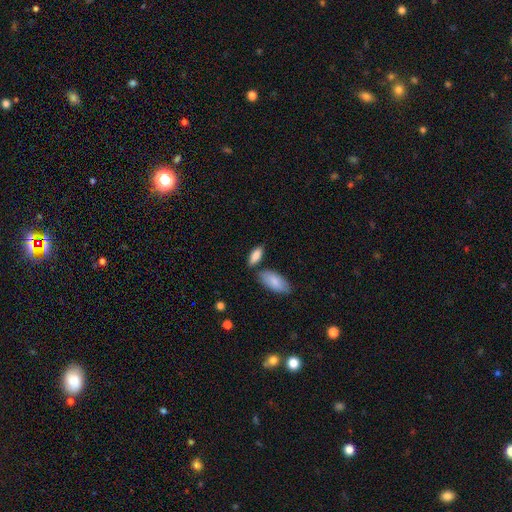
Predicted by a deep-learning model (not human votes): Smooth or featured? smooth (85%)
How rounded? in between (82%)
Merging? none (67%)